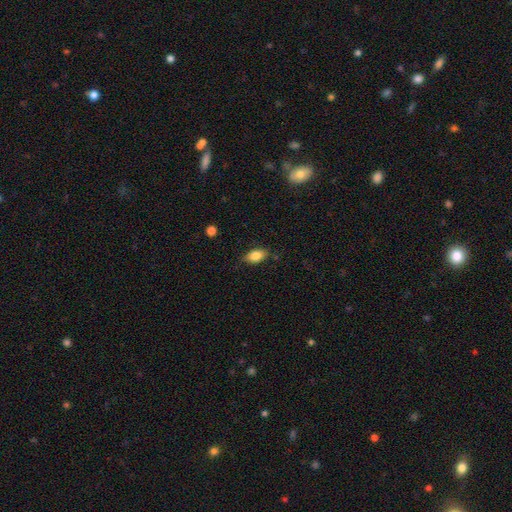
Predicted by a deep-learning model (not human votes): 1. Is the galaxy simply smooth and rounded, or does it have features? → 83% smooth, 9% featured or disk, 8% star or artifact.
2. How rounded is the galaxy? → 89% in between, 7% round, 4% cigar-shaped.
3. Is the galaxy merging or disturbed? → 80% none, 15% minor disturbance, 3% major disturbance, 1% merger.